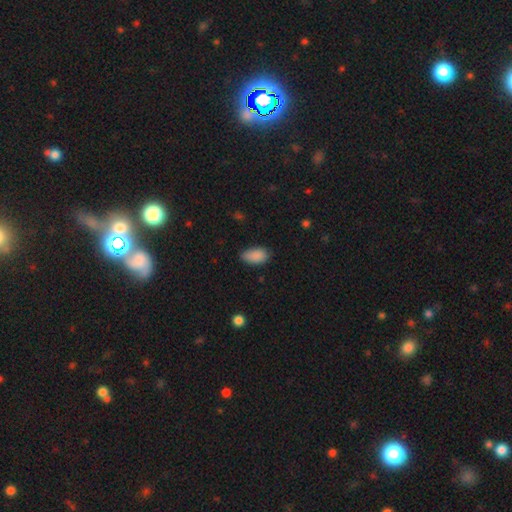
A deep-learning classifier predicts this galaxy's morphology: smooth 88%, star or artifact 8%, featured or disk 4%. Down the decision tree: how rounded — in between (93%); merging — none (75%).